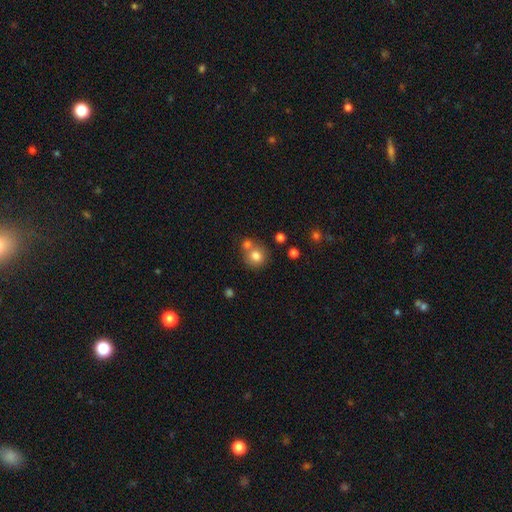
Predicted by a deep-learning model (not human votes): A smooth galaxy with no disk features (79%) that is round (87%). Merging: none (55%).